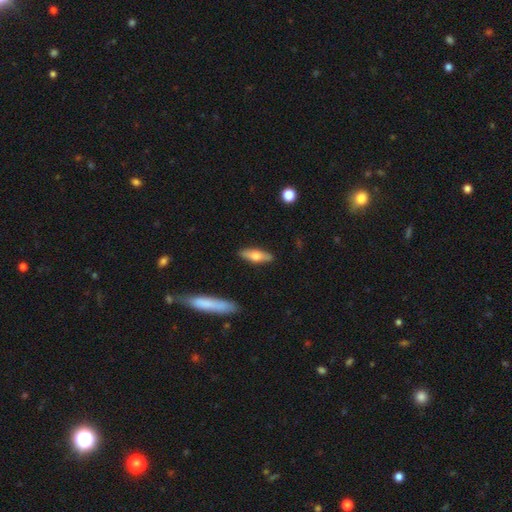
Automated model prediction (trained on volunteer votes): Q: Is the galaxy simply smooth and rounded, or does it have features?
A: smooth — 55%.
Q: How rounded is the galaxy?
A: in between — 49%.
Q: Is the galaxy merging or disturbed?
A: none — 89%.